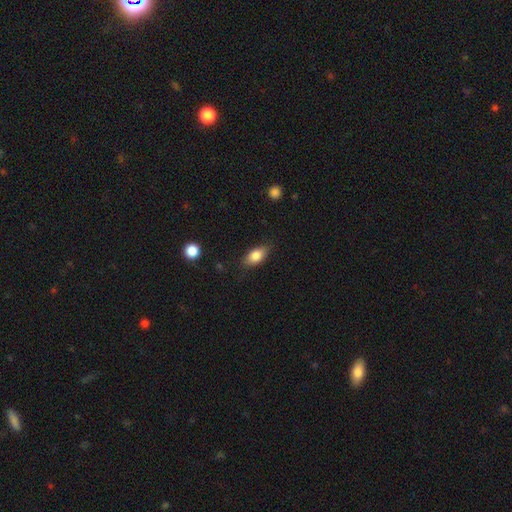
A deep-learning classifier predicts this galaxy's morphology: type=smooth (81%); roundness=in between (87%); merging=none (82%).